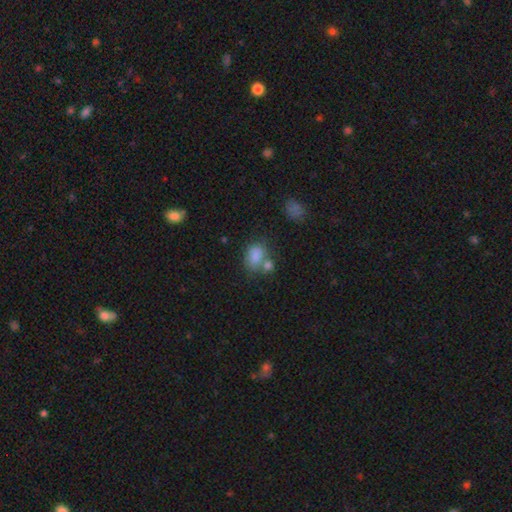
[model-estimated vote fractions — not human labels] This is likely a smooth galaxy (80%). How rounded: likely in between (72%). Merging: marginally none (41%).